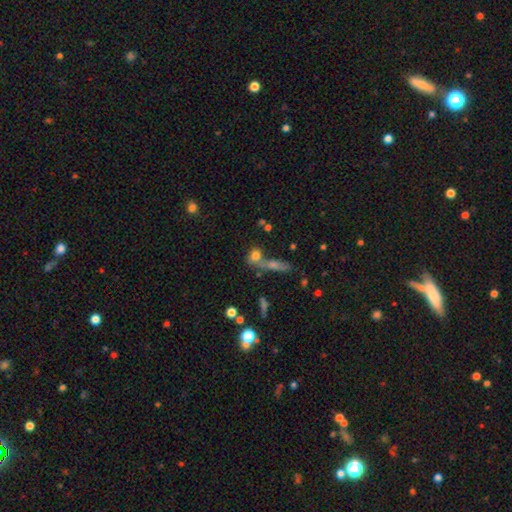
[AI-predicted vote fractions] A smooth galaxy with no disk features (71%) that is in between round and cigar-shaped (47%). Merging: none (44%).